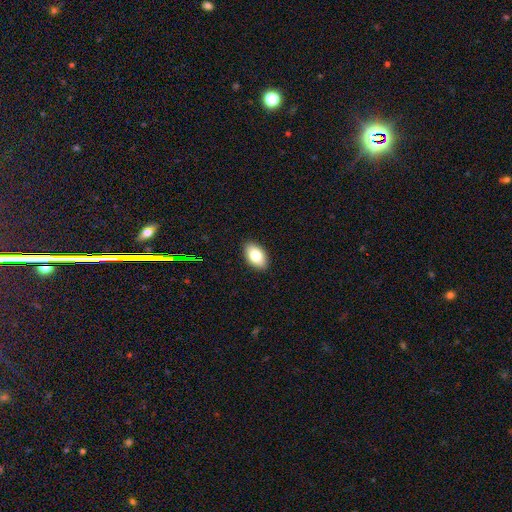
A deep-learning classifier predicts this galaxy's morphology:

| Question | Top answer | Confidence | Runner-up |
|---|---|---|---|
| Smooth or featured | smooth | 80% | featured or disk (12%) |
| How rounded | in between | 92% | round (6%) |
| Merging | none | 89% | minor disturbance (8%) |